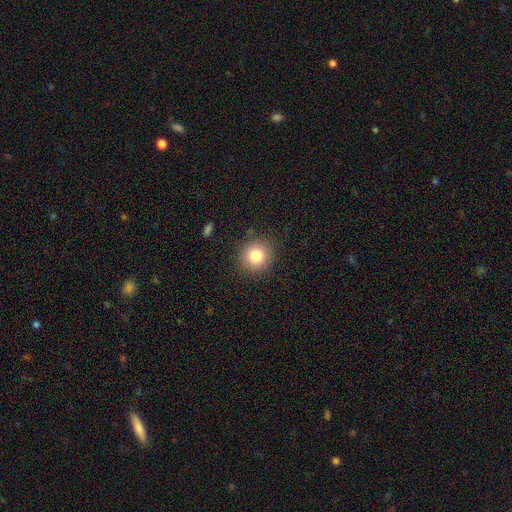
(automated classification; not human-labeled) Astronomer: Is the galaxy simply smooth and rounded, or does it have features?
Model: smooth — 82%.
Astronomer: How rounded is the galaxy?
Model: round — 90%.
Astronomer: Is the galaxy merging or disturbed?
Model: none — 88%.